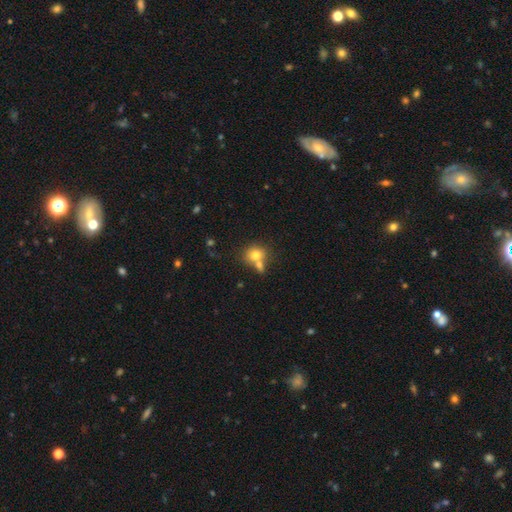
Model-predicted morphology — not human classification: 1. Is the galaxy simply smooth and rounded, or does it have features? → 76% smooth, 13% featured or disk, 11% star or artifact.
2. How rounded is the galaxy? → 65% round, 34% in between, 1% cigar-shaped.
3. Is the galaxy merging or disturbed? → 43% merger (tied), 43% none (tied), 10% minor disturbance, 4% major disturbance.